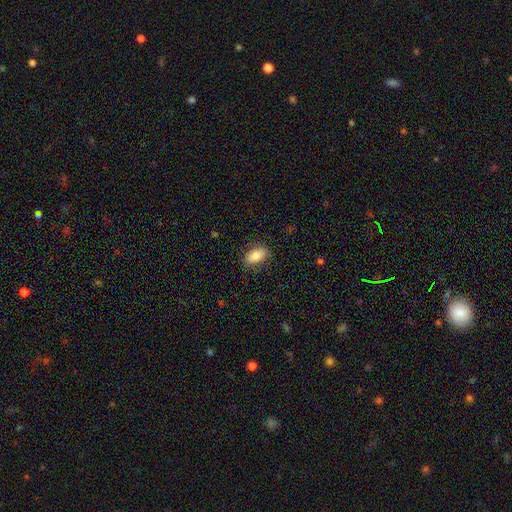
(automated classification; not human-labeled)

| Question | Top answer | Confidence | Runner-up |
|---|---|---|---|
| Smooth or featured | smooth | 82% | featured or disk (11%) |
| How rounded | in between | 91% | round (5%) |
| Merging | none | 78% | minor disturbance (16%) |